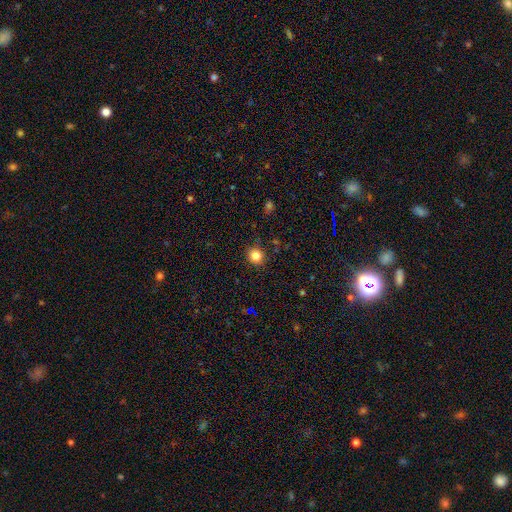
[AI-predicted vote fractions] Smooth or featured? smooth (83%)
How rounded? round (86%)
Merging? none (88%)